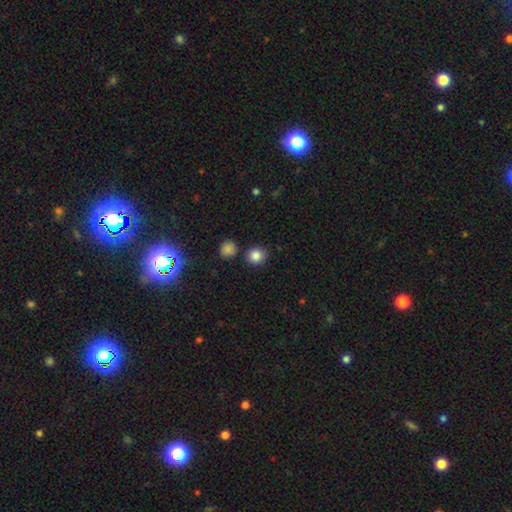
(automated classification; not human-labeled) Overall: smooth (84%). How rounded: round (86%). Merging: none (84%).